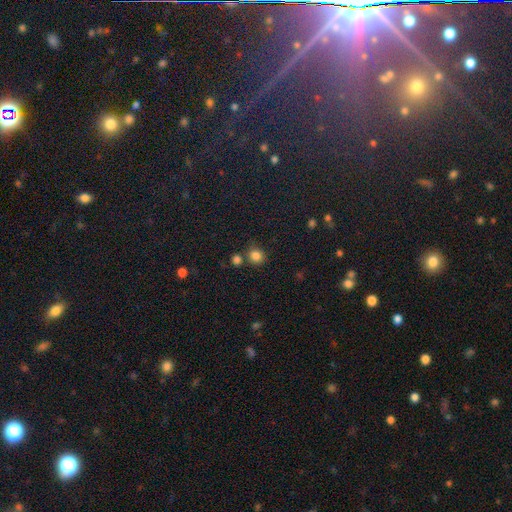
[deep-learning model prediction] smooth-or-featured: smooth: 83% | star or artifact: 12% | featured or disk: 4%
  how-rounded: round: 85% | in between: 14% | cigar-shaped: 1%
  merging: none: 71% | merger: 15% | minor disturbance: 10% | major disturbance: 4%